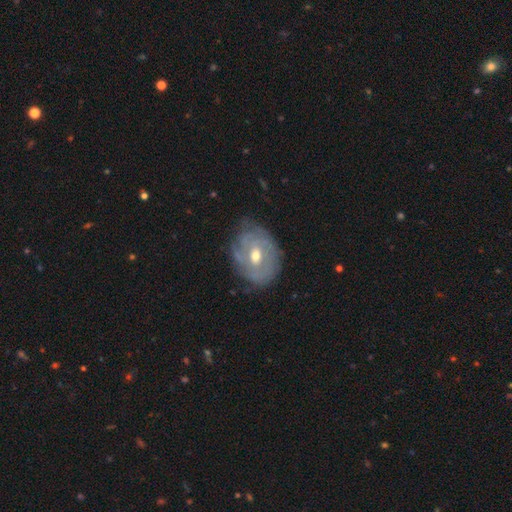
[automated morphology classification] Smooth or featured? featured or disk (75%)
Edge-on disk? no (95%)
Bar? weak (47%)
Spiral arms? yes (76%)
Spiral winding? tight (66%)
Spiral arm count? can't tell (51%)
Bulge size? moderate (69%)
Merging? none (65%)